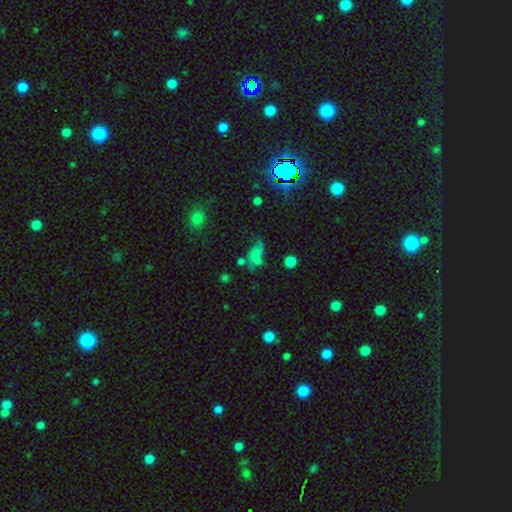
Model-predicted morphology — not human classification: type=smooth (54%); roundness=in between (80%); merging=none (30%, tied with major disturbance).